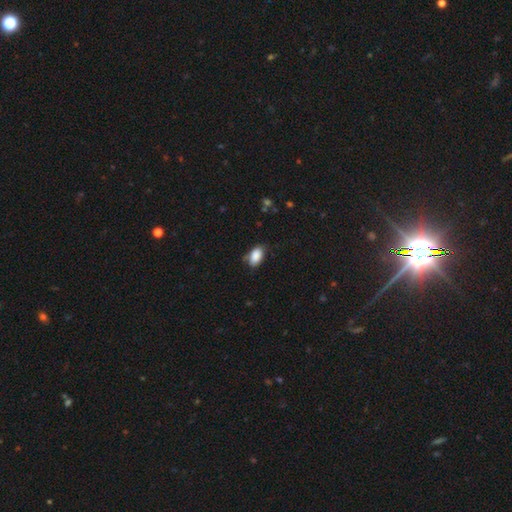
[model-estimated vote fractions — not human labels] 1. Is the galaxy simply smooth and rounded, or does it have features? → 87% smooth, 7% star or artifact, 5% featured or disk.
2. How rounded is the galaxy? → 92% in between, 6% round, 2% cigar-shaped.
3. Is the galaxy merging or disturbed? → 69% none, 24% minor disturbance, 5% major disturbance, 2% merger.